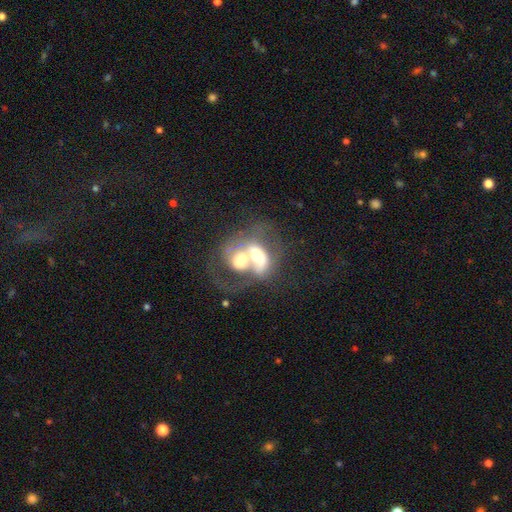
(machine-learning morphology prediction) Smooth or featured: featured or disk — 57% (smooth — 36%)
Edge-on disk: no — 95% (yes — 5%)
Bar: no — 73% (weak — 19%)
Spiral arms: no — 60% (yes — 40%)
Bulge size: moderate — 51% (large — 24%)
Merging: merger — 78% (major disturbance — 11%)